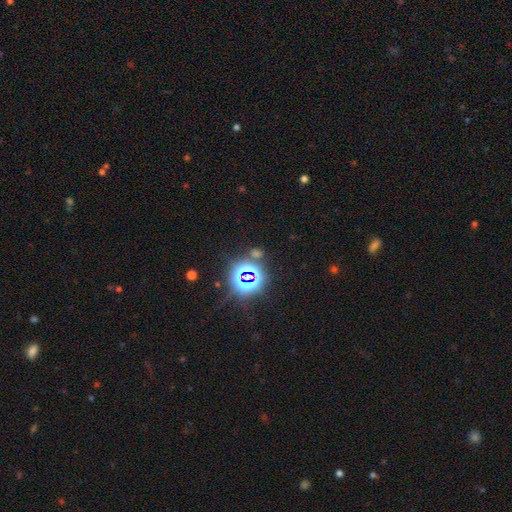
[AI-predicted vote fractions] star or artifact 79%, smooth 13%, featured or disk 8%.